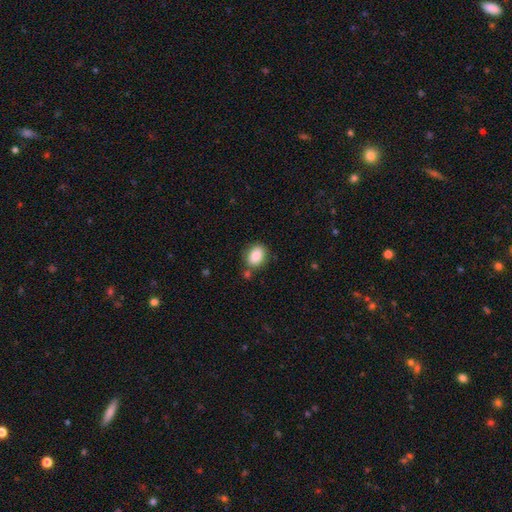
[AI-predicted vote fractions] A smooth galaxy with no disk features (85%) that is in between round and cigar-shaped (68%). Merging: none (76%).